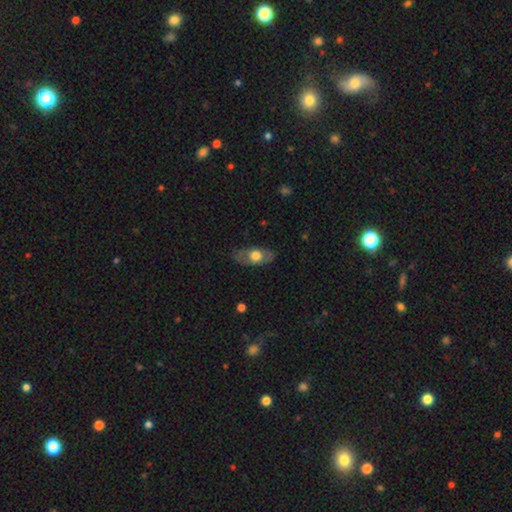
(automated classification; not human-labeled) Overall: smooth (53%; featured or disk 41%). How rounded: in between (81%). Merging: none (74%).